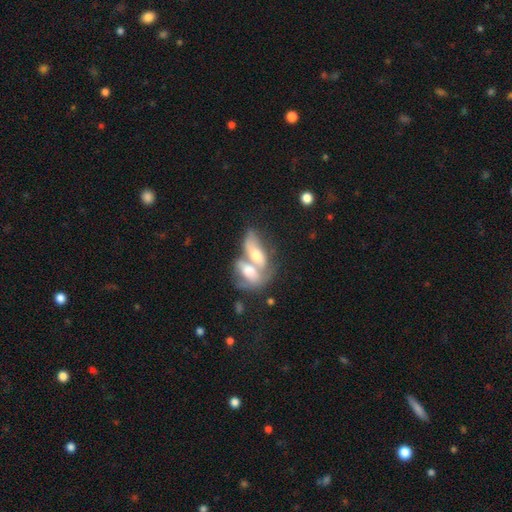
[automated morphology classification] smooth_or_featured: featured or disk (p=0.55) [alt: smooth p=0.35]
disk_edge_on: no (p=0.76) [alt: yes p=0.24]
merging: merger (p=0.78) [alt: none p=0.12]